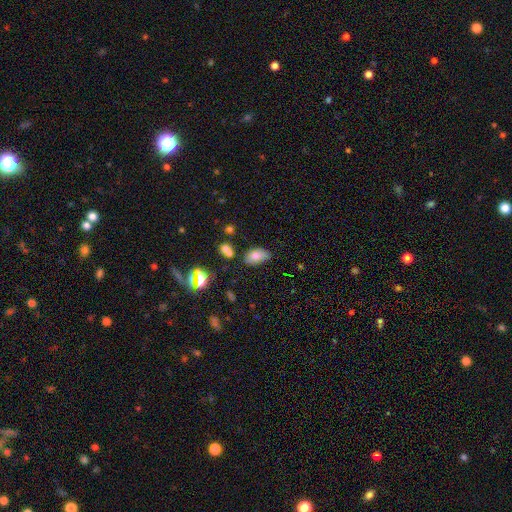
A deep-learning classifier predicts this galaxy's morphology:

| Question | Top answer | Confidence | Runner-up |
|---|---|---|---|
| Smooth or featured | smooth | 74% | featured or disk (13%) |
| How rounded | in between | 92% | round (7%) |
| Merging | none | 69% | minor disturbance (20%) |